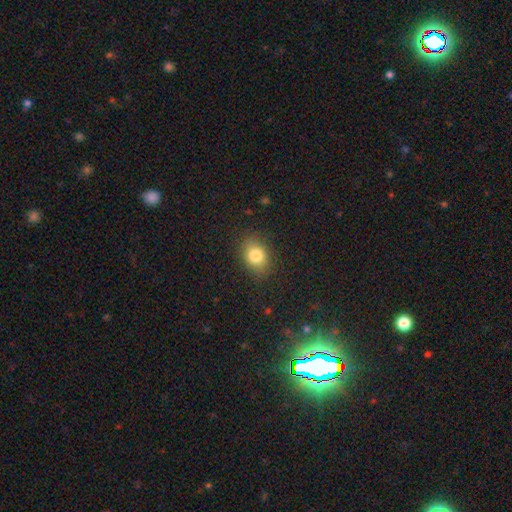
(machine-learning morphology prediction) type=smooth (82%); roundness=in between (62%); merging=none (84%).